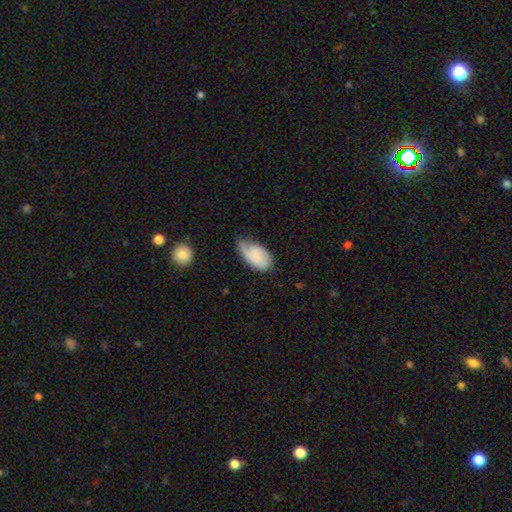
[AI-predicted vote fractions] Morphology: type=smooth (58%); roundness=in between (93%); merging=none (42%).